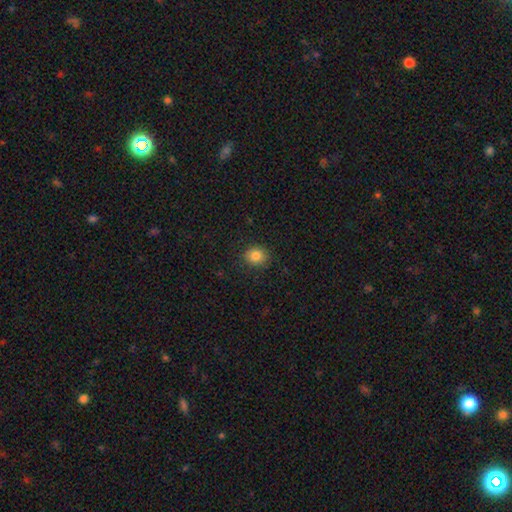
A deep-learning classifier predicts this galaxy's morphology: Q: Smooth or featured?
A: smooth (84%); runner-up: star or artifact (11%)
Q: How rounded?
A: round (76%); runner-up: in between (23%)
Q: Merging?
A: none (87%); runner-up: minor disturbance (9%)